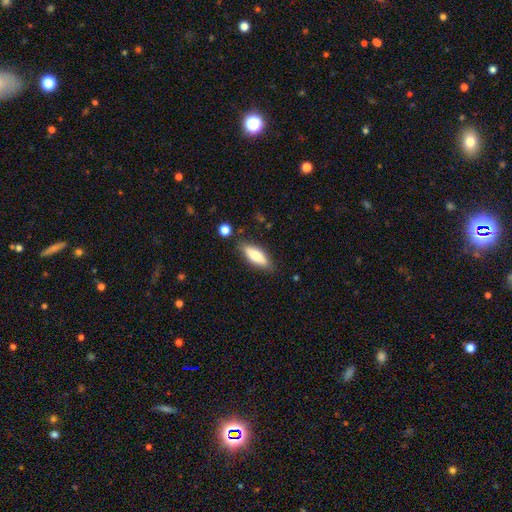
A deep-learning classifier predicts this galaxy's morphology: A smooth galaxy with no disk features (75%) that is in between round and cigar-shaped (65%). Merging: none (81%).